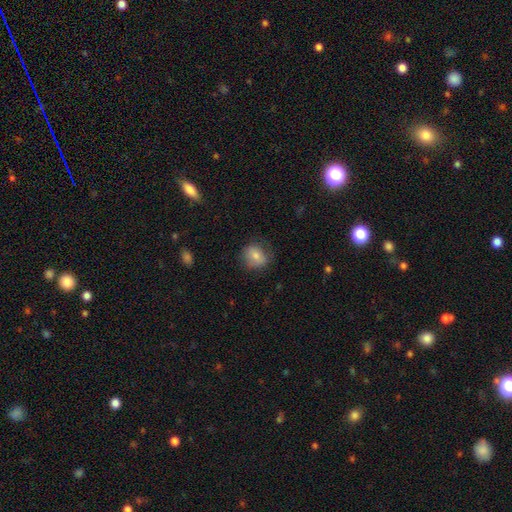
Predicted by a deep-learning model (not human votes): Morphology: type=smooth (75%); roundness=round (58%); merging=none (72%).